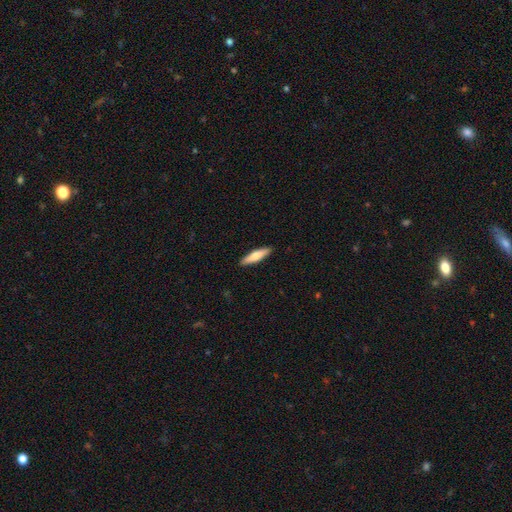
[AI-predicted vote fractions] This is likely a smooth galaxy (68%). How rounded: likely cigar-shaped (75%). Merging: clearly none (91%).